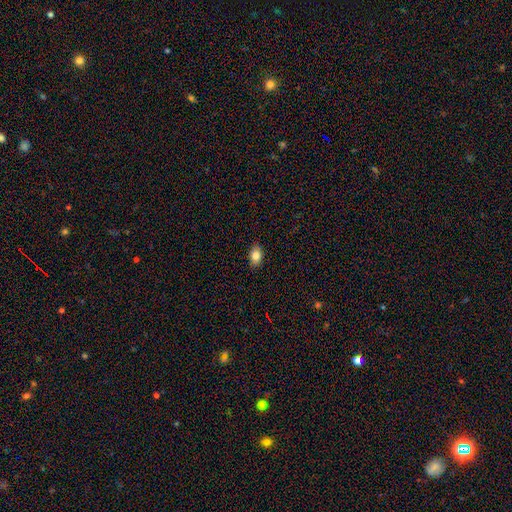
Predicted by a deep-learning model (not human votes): smooth 81%, featured or disk 10%, star or artifact 9%. Down the decision tree: how rounded — in between (85%); merging — none (88%).